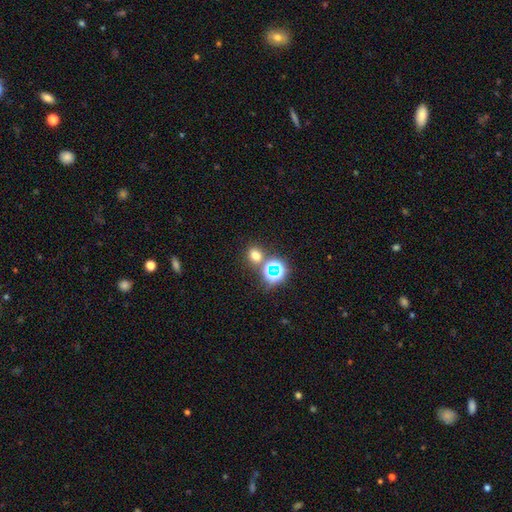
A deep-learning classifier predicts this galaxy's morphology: The model was most divided on "how rounded": round: 60%, in between: 38%, cigar-shaped: 1%. More confident: merging — none (74%); smooth or featured — smooth (63%).